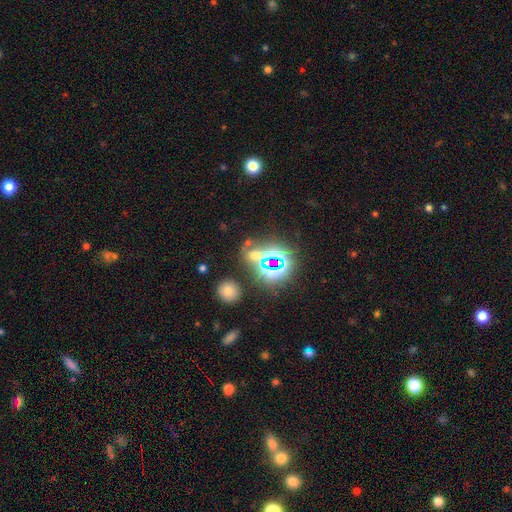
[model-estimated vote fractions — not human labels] A star or artifact, not a galaxy (57%).